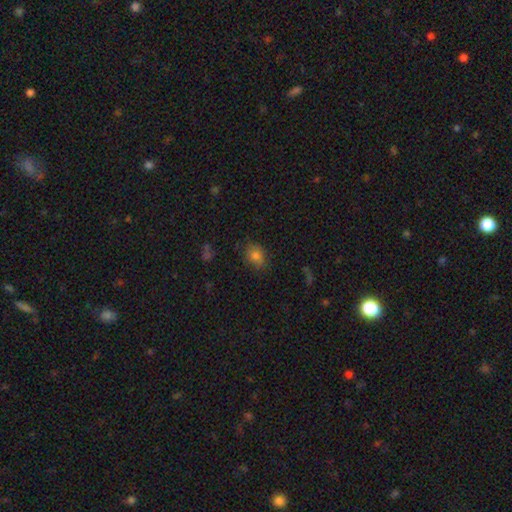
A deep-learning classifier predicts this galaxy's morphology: Overall: smooth (80%). How rounded: in between (57%; round 42%). Merging: none (82%).